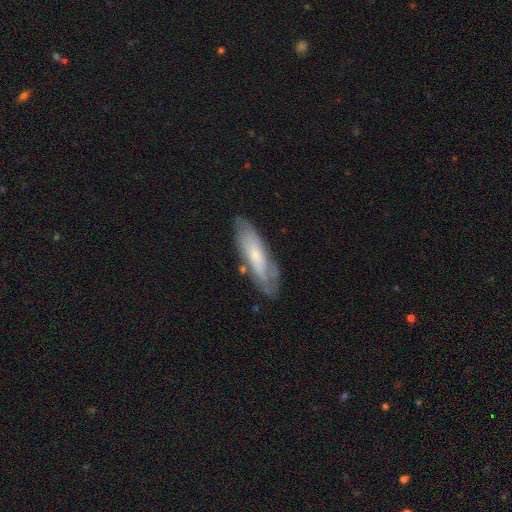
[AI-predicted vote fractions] Overall: smooth (47%, tied with featured or disk). Merging: none (70%).